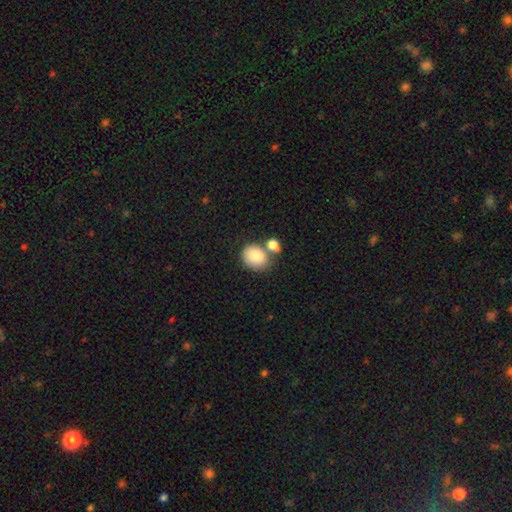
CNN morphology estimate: smooth-or-featured: smooth: 83% | featured or disk: 9% | star or artifact: 8%
  how-rounded: round: 55% | in between: 44% | cigar-shaped: 1%
  merging: none: 53% | merger: 29% | minor disturbance: 14% | major disturbance: 5%